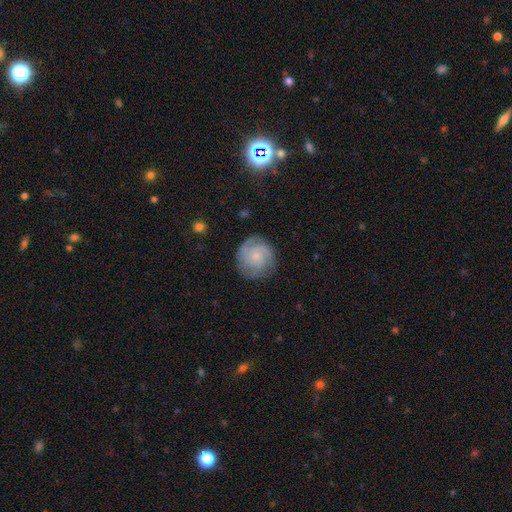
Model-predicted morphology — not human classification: A featured or disk galaxy (66%) with no bar (76%), 3 (39%) tight (57%) spiral arms (94%) and a small central bulge (60%).

Vote fractions:
- Smooth or featured? featured or disk: 66% / smooth: 28% / star or artifact: 7%
- Edge-on disk? no: 98% / yes: 2%
- Bar? no: 76% / weak: 21% / strong: 3%
- Spiral arms? yes: 94% / no: 6%
- Spiral winding? tight: 57% / medium: 34% / loose: 8%
- Spiral arm count? 3: 39% / can't tell: 23% / 2: 18% / 4: 9% / 1: 6% / more than 4: 5%
- Bulge size? small: 60% / moderate: 23% / none: 13% / large: 3% / dominant: 1%
- Merging? none: 80% / minor disturbance: 14% / major disturbance: 5% / merger: 1%